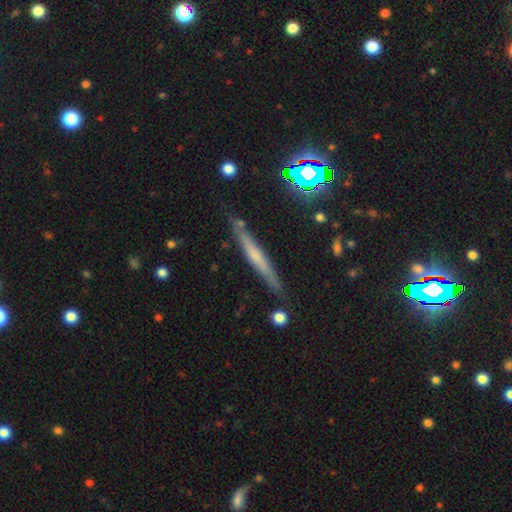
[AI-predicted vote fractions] Q: Smooth or featured?
A: featured or disk (47%); runner-up: smooth (43%)
Q: Merging?
A: none (83%); runner-up: minor disturbance (13%)